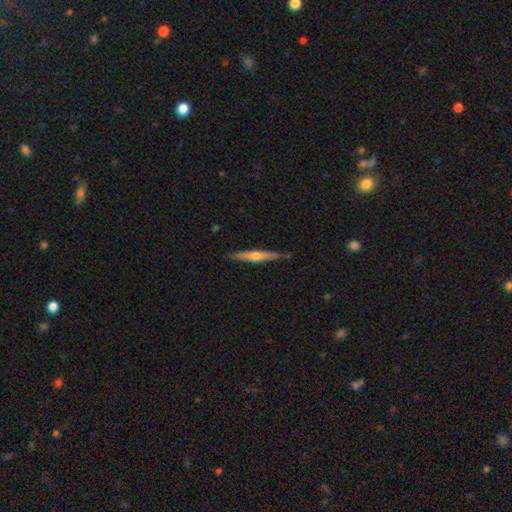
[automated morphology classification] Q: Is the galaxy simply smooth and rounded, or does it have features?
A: featured or disk — 60%.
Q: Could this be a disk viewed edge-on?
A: yes — 97%.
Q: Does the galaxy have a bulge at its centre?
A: rounded — 78%.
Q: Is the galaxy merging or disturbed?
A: none — 87%.